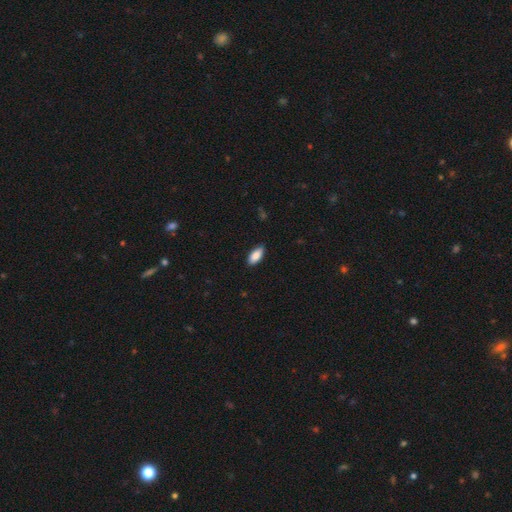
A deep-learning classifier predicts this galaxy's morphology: Smooth or featured? smooth (87%)
How rounded? in between (85%)
Merging? none (86%)